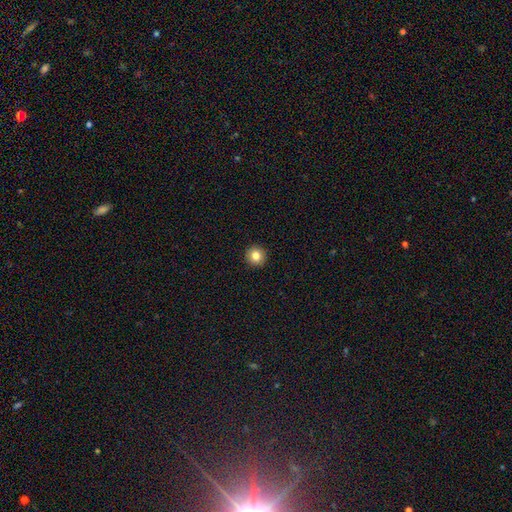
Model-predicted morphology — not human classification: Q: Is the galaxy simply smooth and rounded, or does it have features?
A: smooth — 82%.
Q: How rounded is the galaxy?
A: round — 96%.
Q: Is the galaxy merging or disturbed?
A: none — 94%.